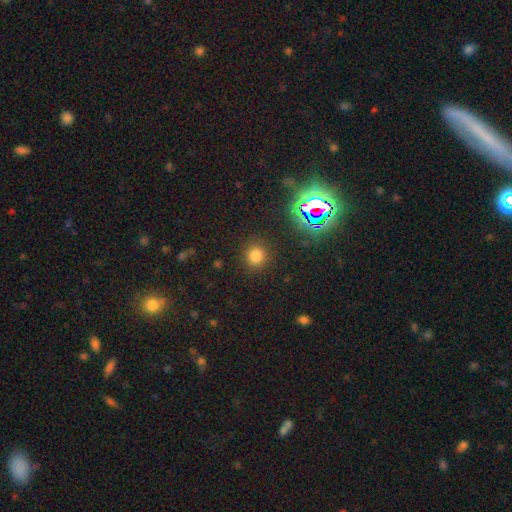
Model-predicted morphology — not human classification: Smooth or featured?
  - smooth: 76% *
  - star or artifact: 18%
  - featured or disk: 5%
How rounded?
  - round: 85% *
  - in between: 14%
  - cigar-shaped: 1%
Merging?
  - none: 87% *
  - minor disturbance: 8%
  - major disturbance: 3%
  - merger: 2%